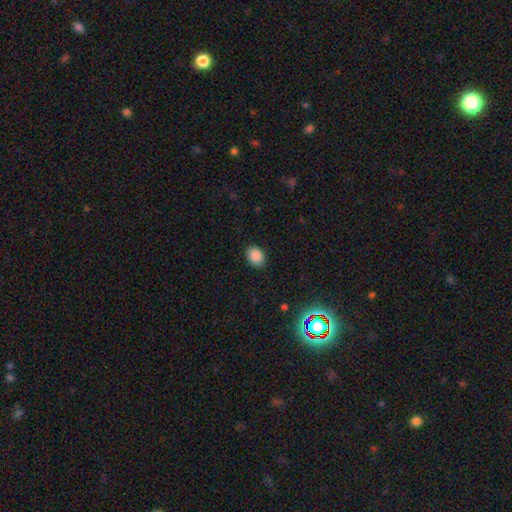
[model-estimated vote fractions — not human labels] smooth-or-featured: smooth: 87% | star or artifact: 9% | featured or disk: 4%
  how-rounded: in between: 72% | round: 27% | cigar-shaped: 1%
  merging: none: 85% | minor disturbance: 11% | major disturbance: 2% | merger: 1%